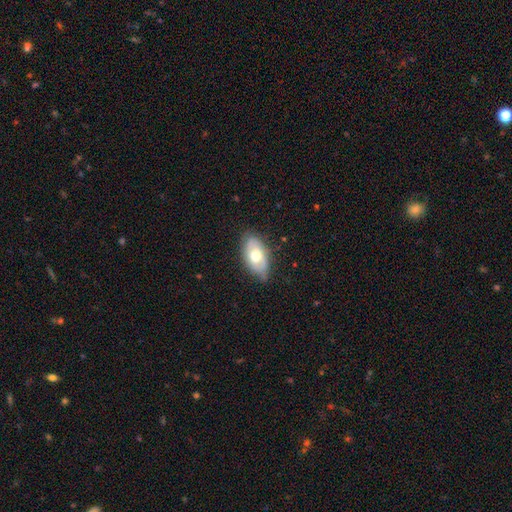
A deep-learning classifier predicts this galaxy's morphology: This is possibly a smooth galaxy (56%). How rounded: clearly in between (92%). Merging: likely none (71%).